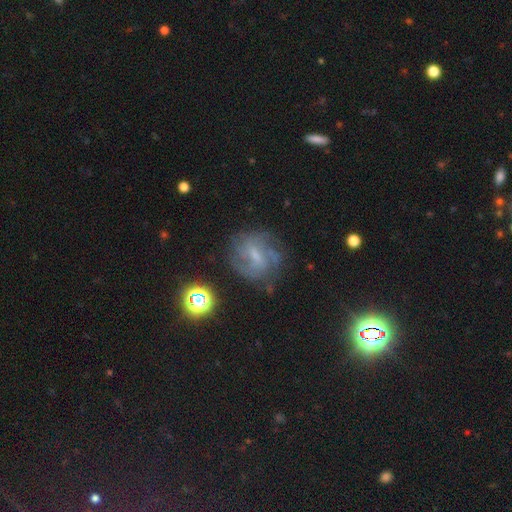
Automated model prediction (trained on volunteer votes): The model was most divided on "spiral winding": medium: 44%, tight: 38%, loose: 18%. Remaining: edge-on disk — no (97%); spiral arms — yes (86%); smooth or featured — featured or disk (70%); merging — none (68%); bar — weak (57%); bulge size — small (46%); spiral arm count — can't tell (42%).